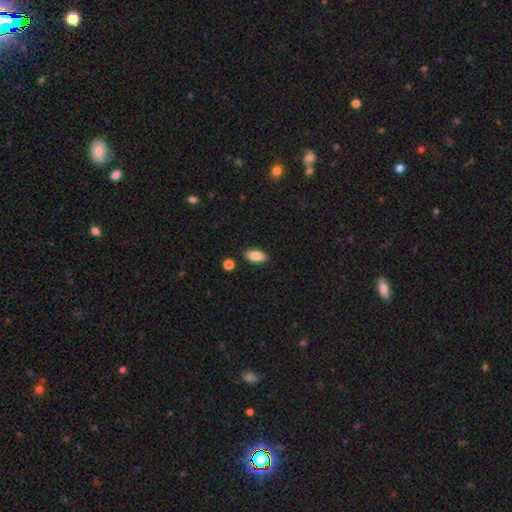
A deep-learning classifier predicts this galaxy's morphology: Smooth or featured? smooth (85%)
How rounded? in between (92%)
Merging? none (86%)